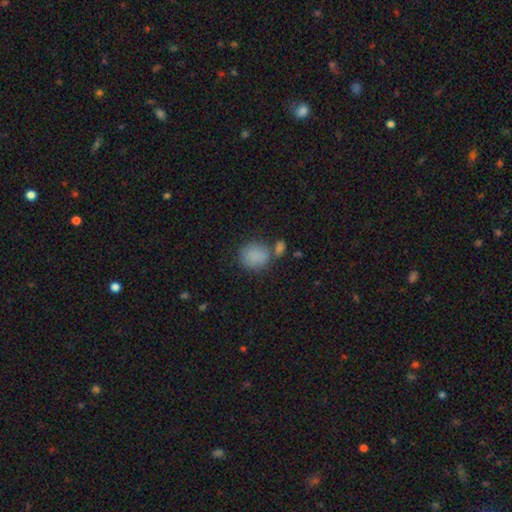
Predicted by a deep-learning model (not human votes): Smooth or featured: smooth — 85% (star or artifact — 10%)
How rounded: round — 69% (in between — 29%)
Merging: none — 58% (merger — 22%)